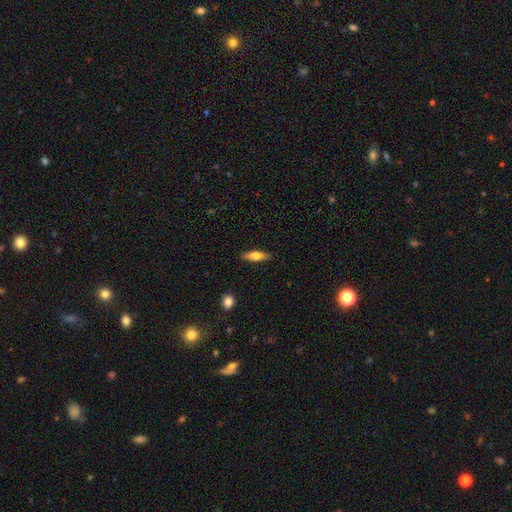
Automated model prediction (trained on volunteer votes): This is likely a smooth galaxy (69%). How rounded: possibly cigar-shaped (51%). Merging: clearly none (88%).